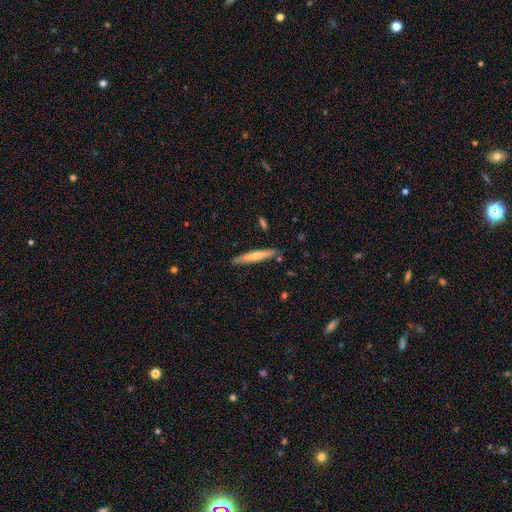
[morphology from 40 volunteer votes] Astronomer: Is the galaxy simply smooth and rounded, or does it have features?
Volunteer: smooth — 78%.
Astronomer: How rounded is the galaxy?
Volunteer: cigar-shaped — 97%.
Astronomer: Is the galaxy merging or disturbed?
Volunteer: none — 97%.